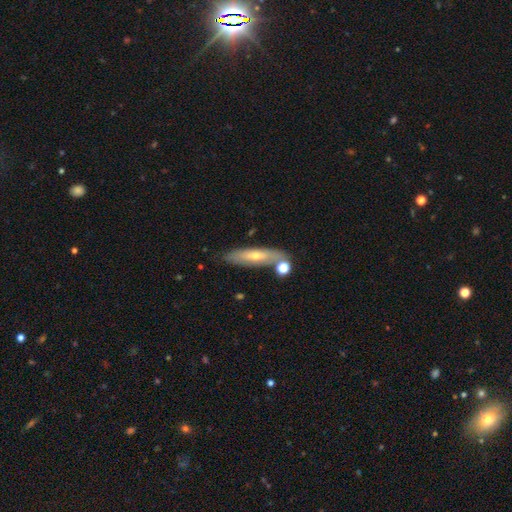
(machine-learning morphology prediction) This appears to be a featured or disk galaxy (47%). Merging: none (72%).